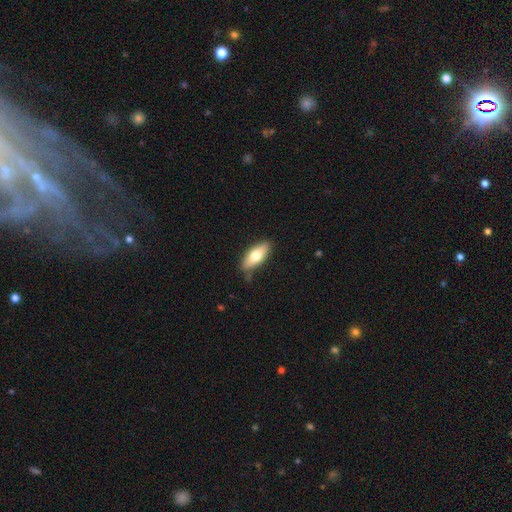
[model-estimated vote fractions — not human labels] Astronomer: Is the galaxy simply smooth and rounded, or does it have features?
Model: smooth — 70%.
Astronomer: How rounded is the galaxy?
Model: in between — 76%.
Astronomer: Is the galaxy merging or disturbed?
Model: none — 79%.